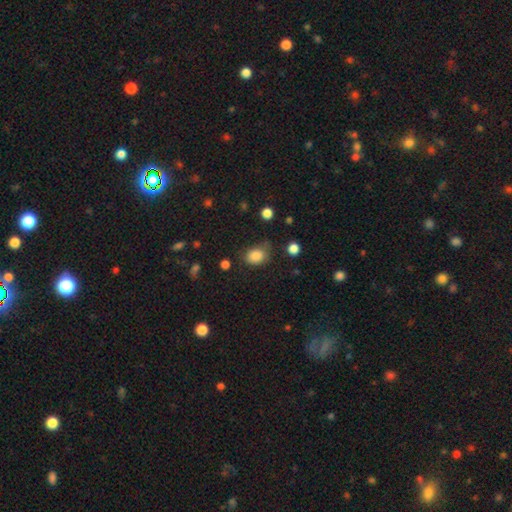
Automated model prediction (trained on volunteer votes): Smooth or featured?
  - smooth: 85% *
  - star or artifact: 10%
  - featured or disk: 5%
How rounded?
  - in between: 61% *
  - round: 38%
  - cigar-shaped: 1%
Merging?
  - none: 63% *
  - minor disturbance: 25%
  - major disturbance: 8%
  - merger: 4%